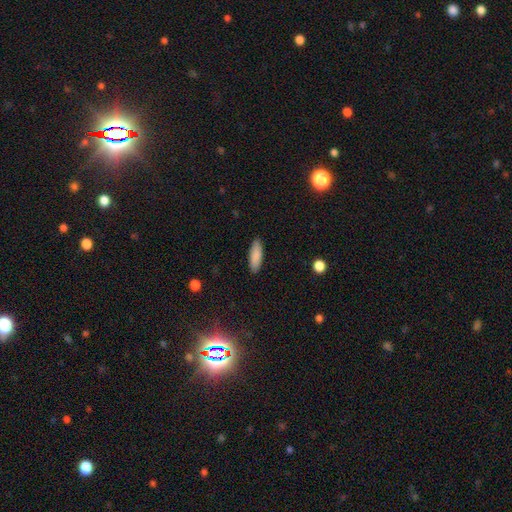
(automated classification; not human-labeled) Morphology: type=smooth (88%); roundness=in between (56%); merging=none (89%).